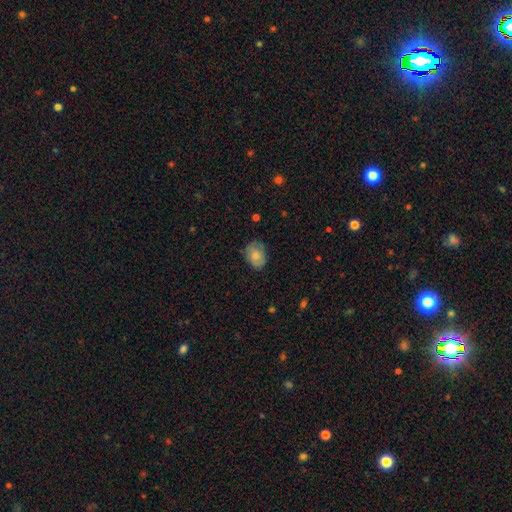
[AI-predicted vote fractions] A smooth galaxy with no disk features (74%) that is in between round and cigar-shaped (74%). Merging: none (71%).